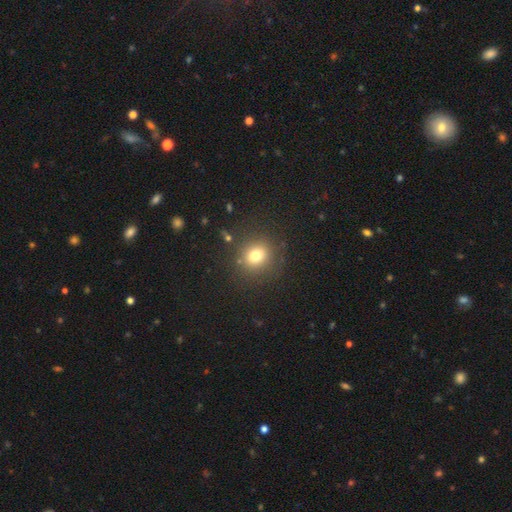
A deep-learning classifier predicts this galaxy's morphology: Smooth or featured? Predicted: smooth (p=0.77). How rounded? Predicted: round (p=0.79). Merging? Predicted: none (p=0.84).